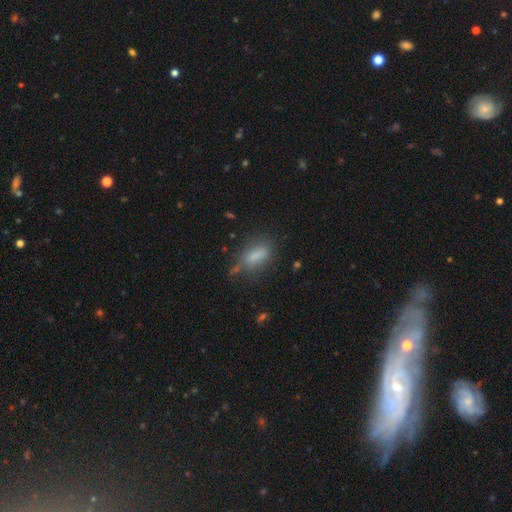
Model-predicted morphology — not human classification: This appears to be a smooth galaxy with no disk features (76%) that is in between round and cigar-shaped (74%). Merging: none (57%).